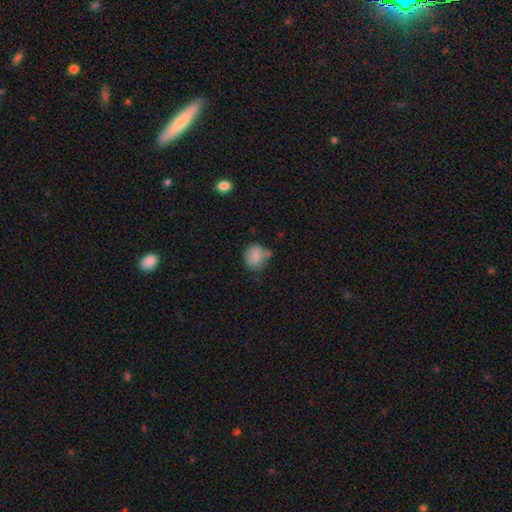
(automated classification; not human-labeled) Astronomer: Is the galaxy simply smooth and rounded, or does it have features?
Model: smooth — 84%.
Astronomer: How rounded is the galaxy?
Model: round — 75%.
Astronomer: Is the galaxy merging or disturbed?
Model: none — 57%.